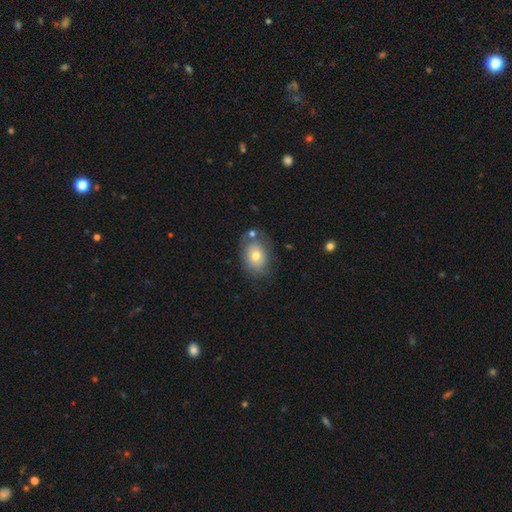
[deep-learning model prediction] Smooth or featured: smooth — 67% (featured or disk — 25%)
How rounded: in between — 72% (round — 27%)
Merging: none — 60% (minor disturbance — 21%)